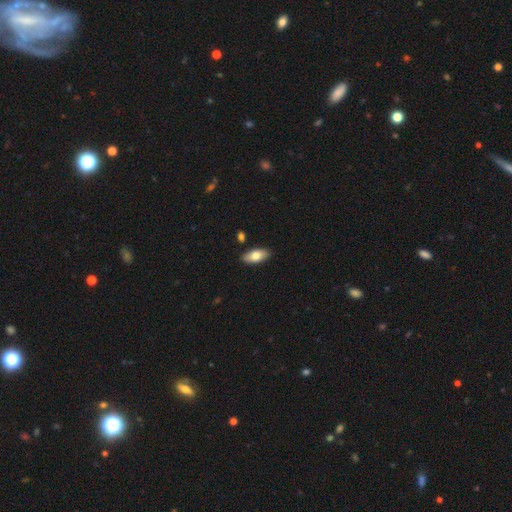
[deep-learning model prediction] This is likely a smooth galaxy (78%). How rounded: clearly in between (89%). Merging: clearly none (87%).